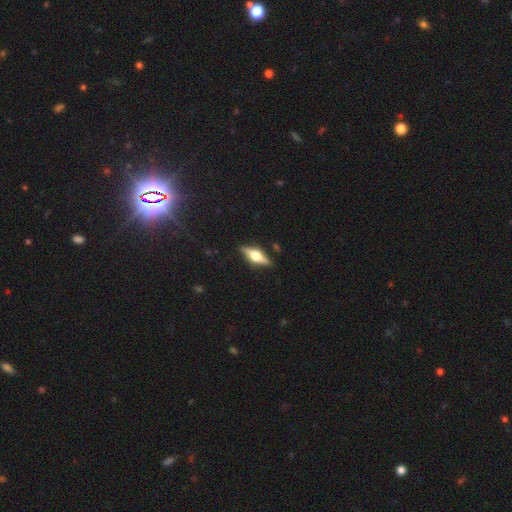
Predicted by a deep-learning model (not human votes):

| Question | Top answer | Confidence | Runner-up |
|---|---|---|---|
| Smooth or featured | featured or disk | 69% | smooth (24%) |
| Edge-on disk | yes | 96% | no (4%) |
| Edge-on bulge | rounded | 93% | boxy (5%) |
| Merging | none | 88% | minor disturbance (9%) |